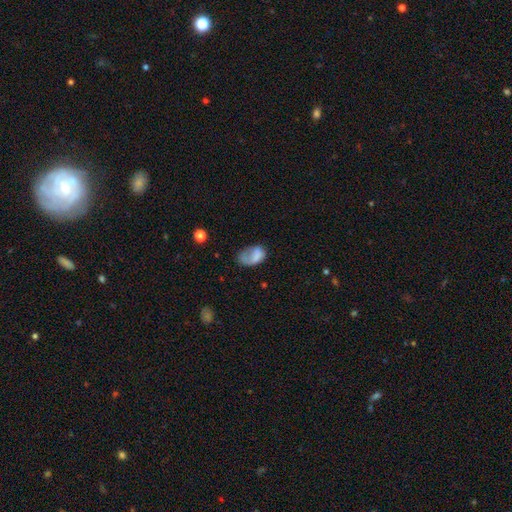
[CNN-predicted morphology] Smooth or featured: smooth — 65% (featured or disk — 26%)
How rounded: in between — 87% (round — 11%)
Merging: major disturbance — 38% (none — 29%)